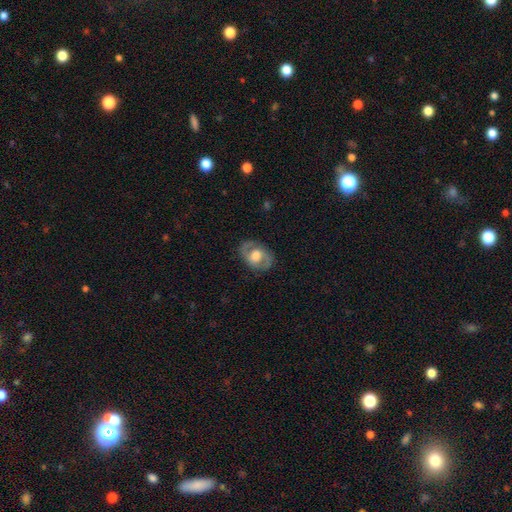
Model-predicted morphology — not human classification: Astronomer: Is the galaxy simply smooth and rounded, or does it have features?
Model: featured or disk — 62%.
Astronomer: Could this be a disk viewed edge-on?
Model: no — 94%.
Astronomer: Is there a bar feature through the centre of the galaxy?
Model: no — 59%.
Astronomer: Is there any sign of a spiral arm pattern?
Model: yes — 62% (runner-up: no, 38%).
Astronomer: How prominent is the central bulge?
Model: large — 52% (runner-up: moderate, 34%).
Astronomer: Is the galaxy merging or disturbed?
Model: none — 78%.